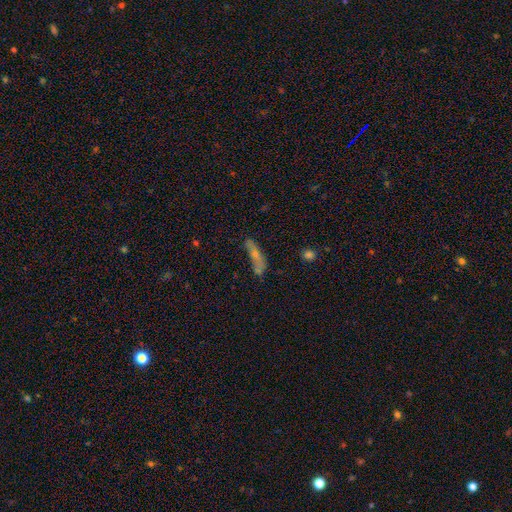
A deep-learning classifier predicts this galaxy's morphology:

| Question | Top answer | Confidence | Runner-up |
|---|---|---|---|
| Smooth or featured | smooth | 55% | featured or disk (33%) |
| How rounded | cigar-shaped | 69% | in between (28%) |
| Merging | none | 45% | minor disturbance (24%) |